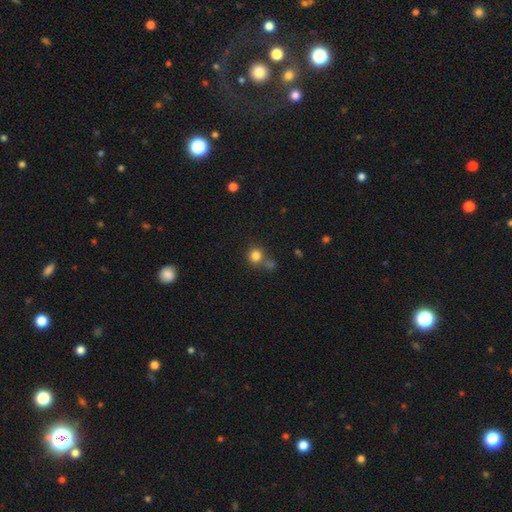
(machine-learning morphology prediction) smooth-or-featured: smooth: 81% | star or artifact: 13% | featured or disk: 6%
  how-rounded: round: 90% | in between: 9% | cigar-shaped: 1%
  merging: none: 61% | merger: 24% | minor disturbance: 11% | major disturbance: 5%